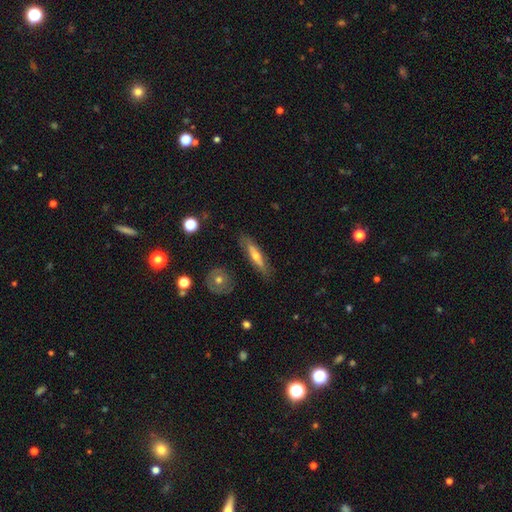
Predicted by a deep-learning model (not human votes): smooth_or_featured: featured or disk (p=0.52) [alt: smooth p=0.42]
disk_edge_on: yes (p=0.77) [alt: no p=0.23]
merging: none (p=0.82) [alt: minor disturbance p=0.12]